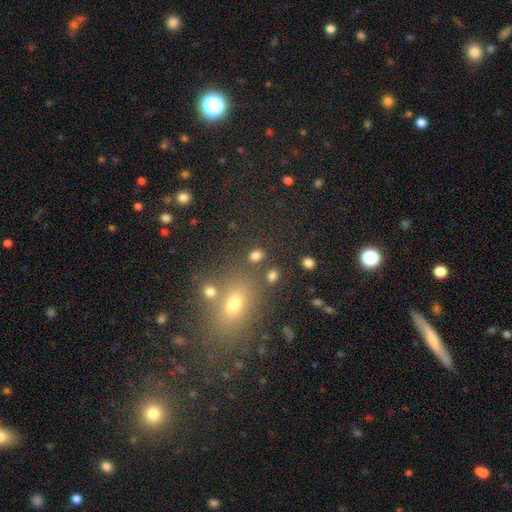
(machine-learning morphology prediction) smooth-or-featured: smooth: 78% | star or artifact: 15% | featured or disk: 7%
  how-rounded: in between: 62% | round: 36% | cigar-shaped: 2%
  merging: none: 75% | minor disturbance: 11% | merger: 10% | major disturbance: 5%